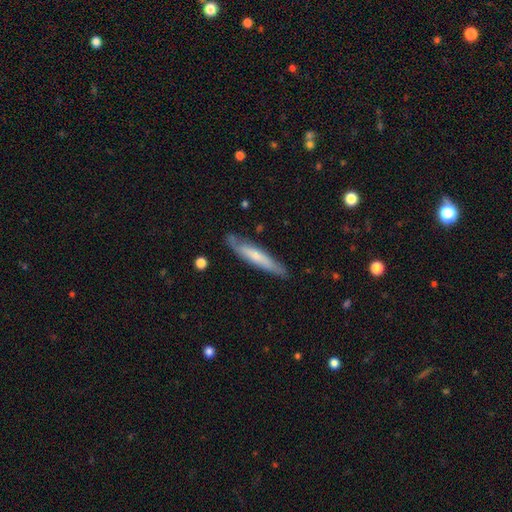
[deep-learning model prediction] This is possibly a smooth galaxy (54%). How rounded: clearly cigar-shaped (91%). Merging: likely none (79%).